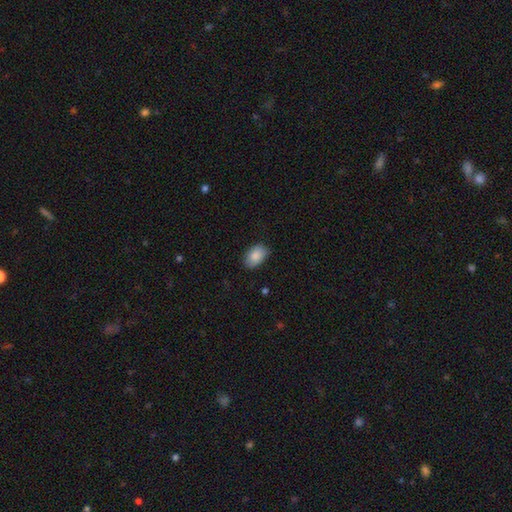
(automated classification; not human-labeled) This appears to be a smooth galaxy with no disk features (88%) that is in between round and cigar-shaped (89%). Merging: none (82%).